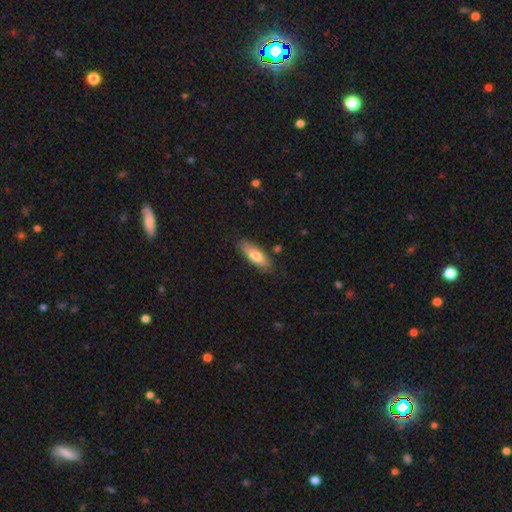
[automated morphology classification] Overall: smooth (72%). How rounded: in between (66%; cigar-shaped 32%). Merging: none (81%).